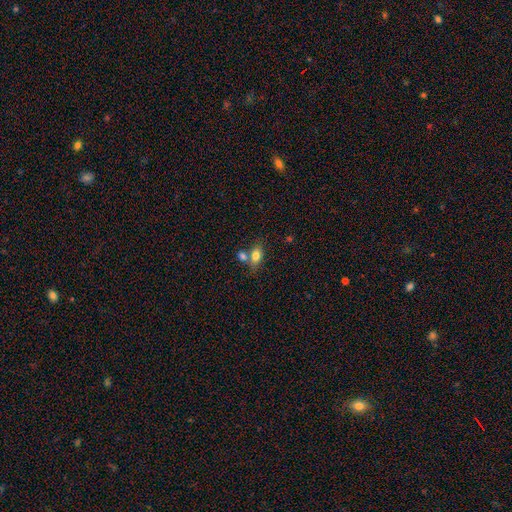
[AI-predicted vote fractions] Smooth or featured?
  - smooth: 79% *
  - featured or disk: 12%
  - star or artifact: 9%
How rounded?
  - in between: 81% *
  - round: 15%
  - cigar-shaped: 3%
Merging?
  - none: 51% *
  - merger: 33%
  - minor disturbance: 12%
  - major disturbance: 4%